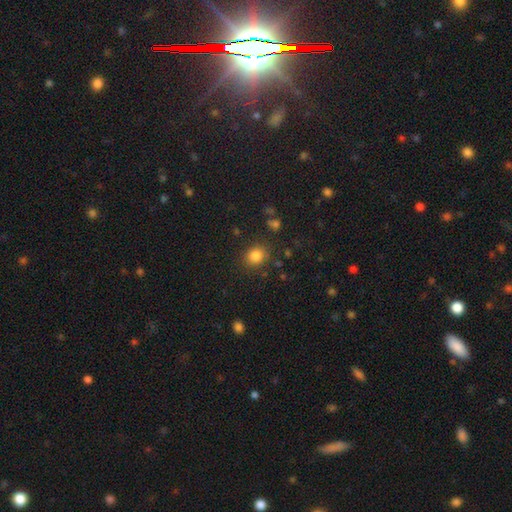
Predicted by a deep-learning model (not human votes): This appears to be a smooth galaxy with no disk features (83%) that is round (74%). Merging: none (84%).